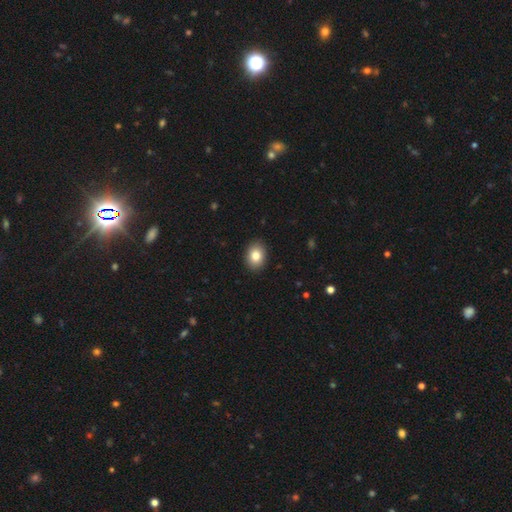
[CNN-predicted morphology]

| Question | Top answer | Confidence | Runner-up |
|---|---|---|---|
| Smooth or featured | smooth | 84% | star or artifact (8%) |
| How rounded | in between | 67% | round (32%) |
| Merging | none | 91% | minor disturbance (7%) |